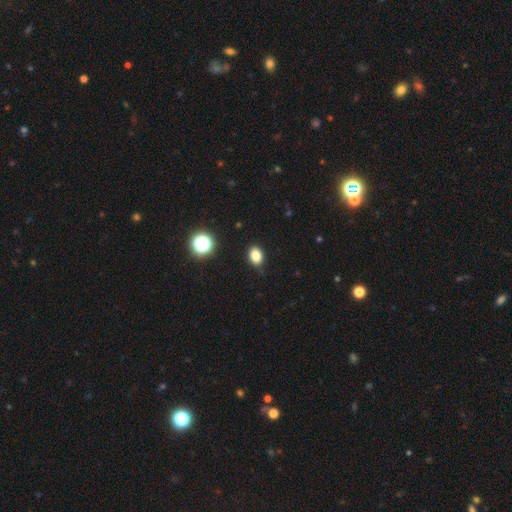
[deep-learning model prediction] smooth_or_featured: smooth (p=0.83) [alt: star or artifact p=0.12]
how_rounded: in between (p=0.73) [alt: round p=0.25]
merging: none (p=0.87) [alt: minor disturbance p=0.09]